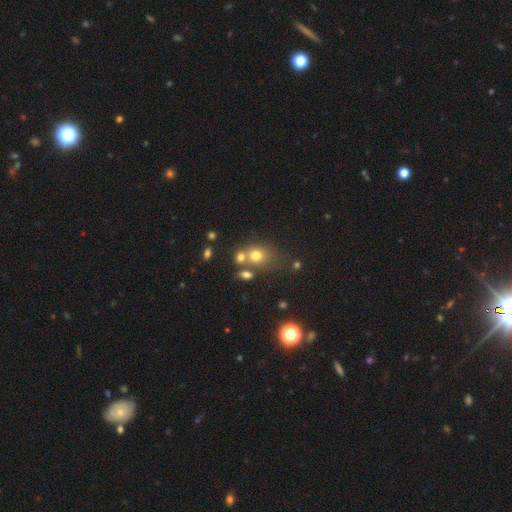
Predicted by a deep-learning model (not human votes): This is likely a smooth galaxy (71%). How rounded: likely round (63%). Merging: possibly none (50%).